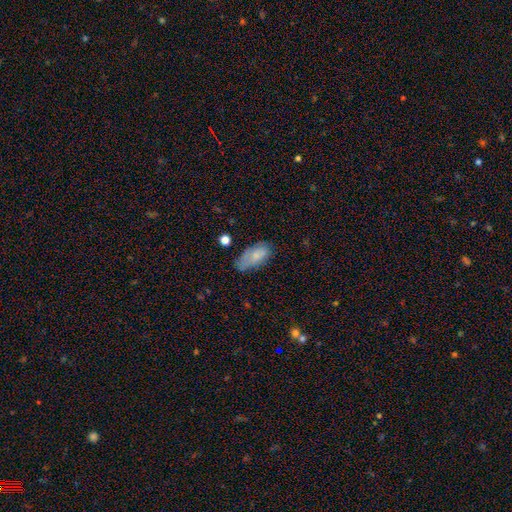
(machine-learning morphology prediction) type=smooth (76%); roundness=in between (90%); merging=none (58%).